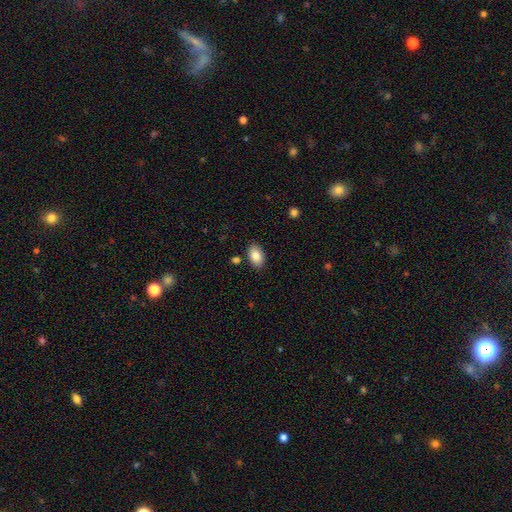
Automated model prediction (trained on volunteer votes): A smooth galaxy with no disk features (86%) that is in between round and cigar-shaped (91%).

Vote fractions:
- Smooth or featured? smooth: 86% / featured or disk: 7% / star or artifact: 7%
- How rounded? in between: 91% / round: 7% / cigar-shaped: 1%
- Merging? none: 85% / minor disturbance: 10% / merger: 3% / major disturbance: 2%